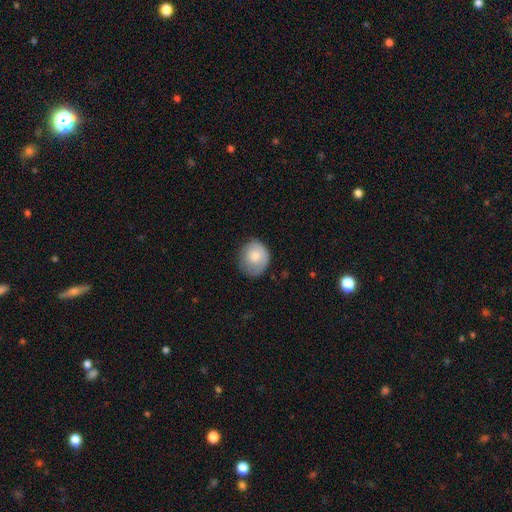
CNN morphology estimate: A smooth galaxy with no disk features (76%) that is round (72%).

Vote fractions:
- Smooth or featured? smooth: 76% / featured or disk: 18% / star or artifact: 7%
- How rounded? round: 72% / in between: 27% / cigar-shaped: 1%
- Merging? none: 67% / minor disturbance: 25% / major disturbance: 7% / merger: 1%